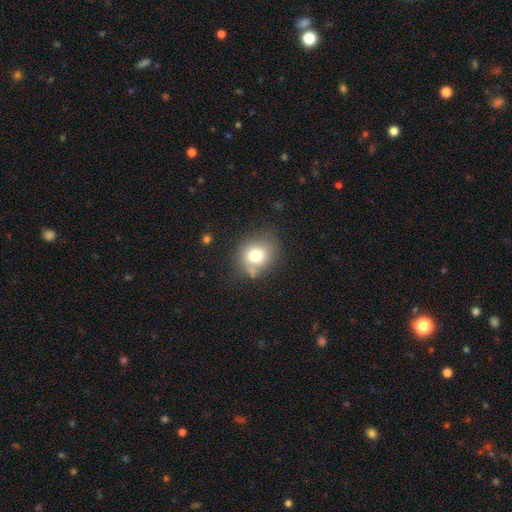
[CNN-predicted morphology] smooth_or_featured: smooth (p=0.75) [alt: featured or disk p=0.14]
how_rounded: round (p=0.67) [alt: in between p=0.33]
merging: none (p=0.69) [alt: minor disturbance p=0.19]